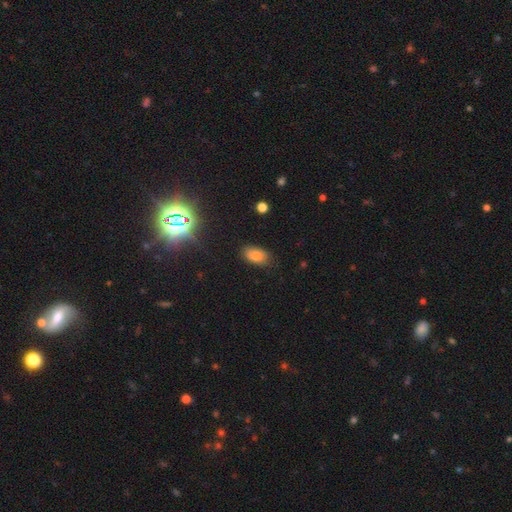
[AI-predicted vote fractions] Smooth or featured? Predicted: smooth (p=0.78). How rounded? Predicted: in between (p=0.90). Merging? Predicted: none (p=0.82).